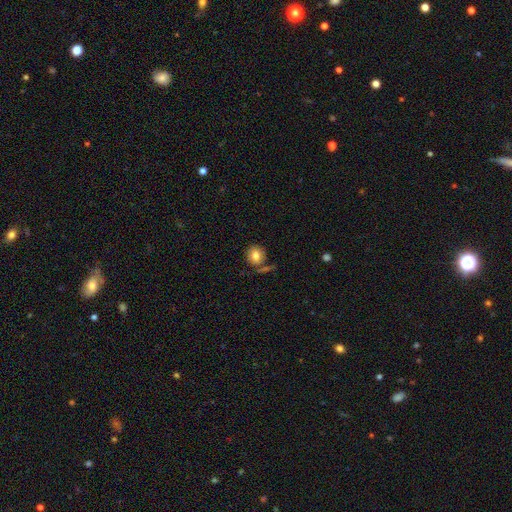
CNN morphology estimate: This appears to be a smooth galaxy with no disk features (78%) that is round (78%). Merging: none (71%).